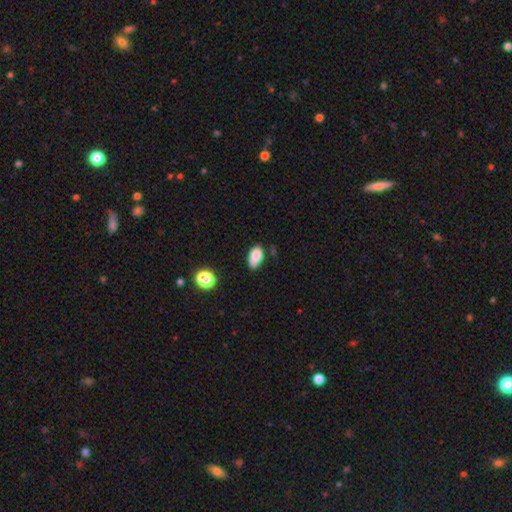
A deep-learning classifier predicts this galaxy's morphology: A smooth galaxy with no disk features (83%) that is in between round and cigar-shaped (91%). Merging: none (57%).